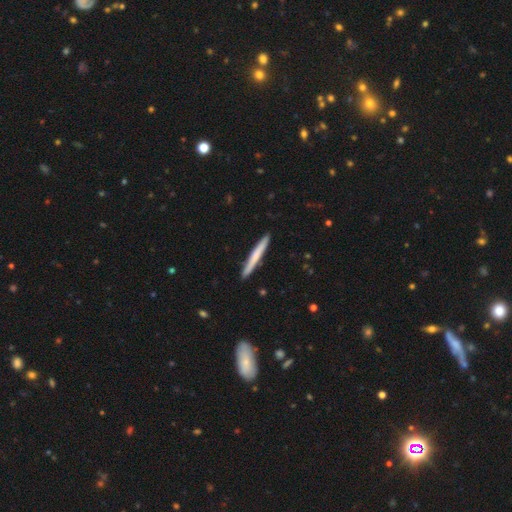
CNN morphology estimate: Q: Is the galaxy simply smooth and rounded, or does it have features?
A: smooth — 61%.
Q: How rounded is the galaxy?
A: cigar-shaped — 97%.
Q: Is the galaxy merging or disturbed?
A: none — 91%.